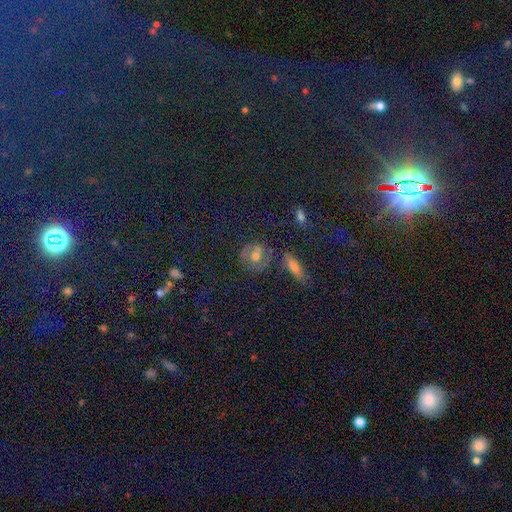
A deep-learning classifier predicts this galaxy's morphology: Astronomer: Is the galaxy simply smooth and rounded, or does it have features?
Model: smooth — 41% (runner-up: star or artifact, 37%).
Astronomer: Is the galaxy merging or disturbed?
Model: none — 76%.